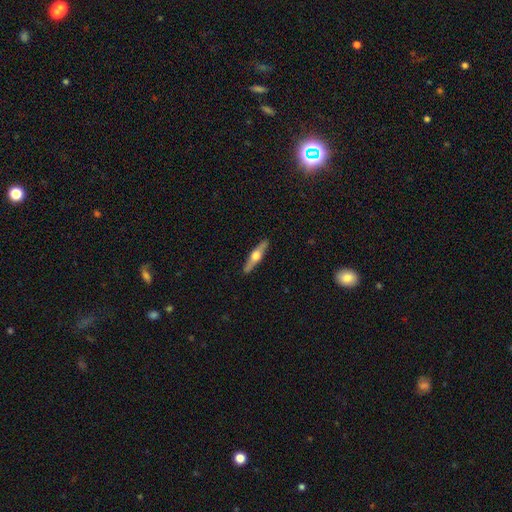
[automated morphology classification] A featured or disk galaxy (61%) viewed edge-on (95%) with a rounded central bulge (94%).

Vote fractions:
- Smooth or featured? featured or disk: 61% / smooth: 34% / star or artifact: 5%
- Edge-on disk? yes: 95% / no: 5%
- Edge-on bulge? rounded: 94% / boxy: 4% / none: 2%
- Merging? none: 90% / minor disturbance: 7% / major disturbance: 1% / merger: 1%